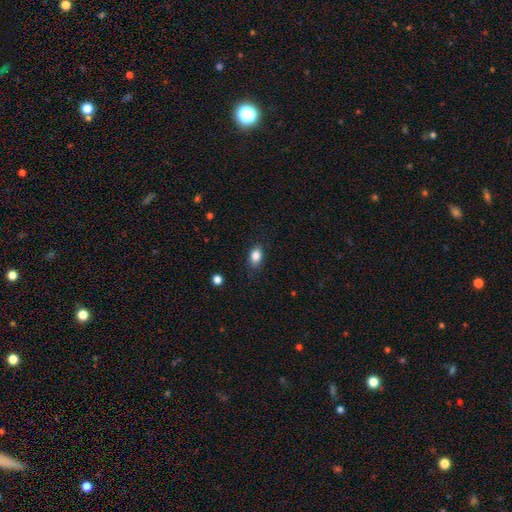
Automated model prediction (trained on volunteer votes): Smooth or featured?
  - smooth: 85% *
  - star or artifact: 9%
  - featured or disk: 6%
How rounded?
  - in between: 82% *
  - round: 15%
  - cigar-shaped: 2%
Merging?
  - none: 82% *
  - minor disturbance: 14%
  - major disturbance: 3%
  - merger: 1%